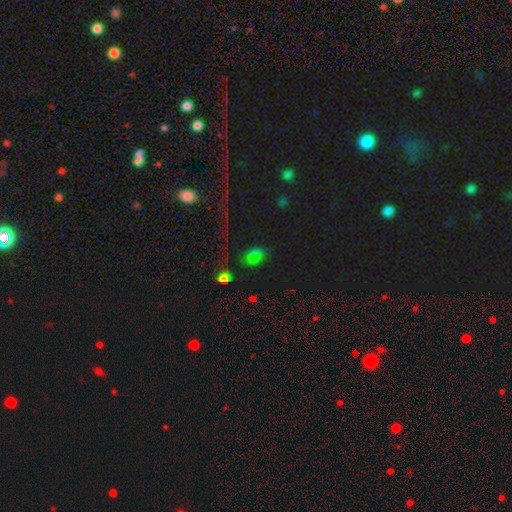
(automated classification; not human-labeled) Q: Smooth or featured?
A: star or artifact (56%); runner-up: smooth (32%)